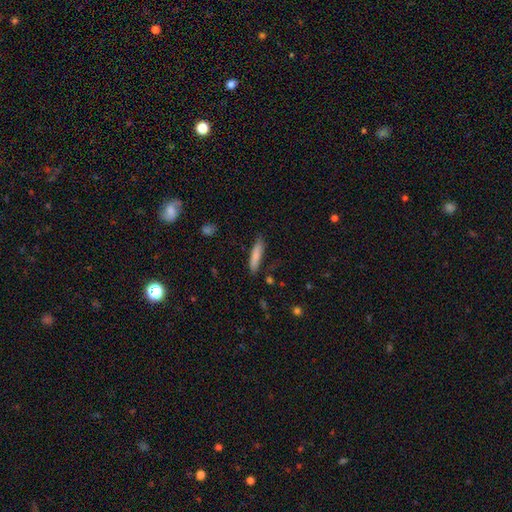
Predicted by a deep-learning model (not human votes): Morphology: type=smooth (82%); roundness=cigar-shaped (82%); merging=none (79%).